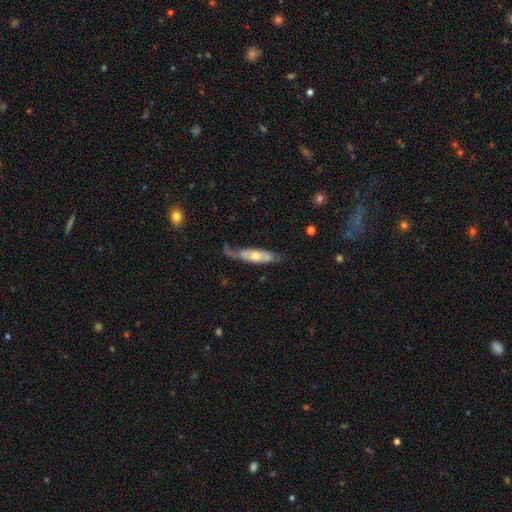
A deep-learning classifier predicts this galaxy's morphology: This appears to be a featured or disk galaxy (58%). Merging: none (44%).